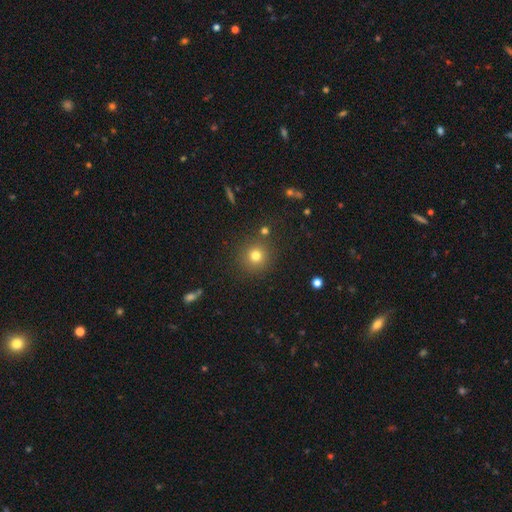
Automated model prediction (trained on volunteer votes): smooth_or_featured: smooth (p=0.77) [alt: star or artifact p=0.16]
how_rounded: round (p=0.94) [alt: in between p=0.05]
merging: none (p=0.87) [alt: minor disturbance p=0.07]